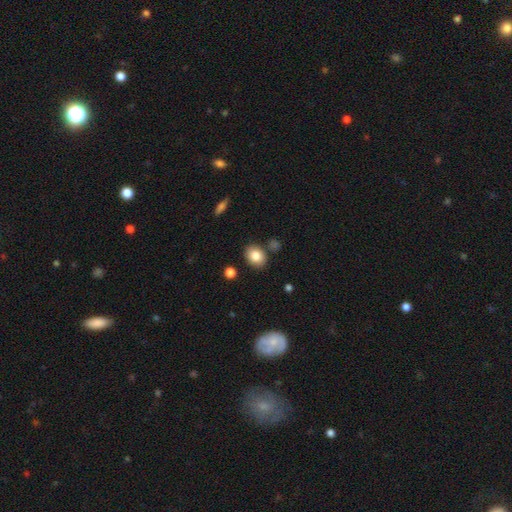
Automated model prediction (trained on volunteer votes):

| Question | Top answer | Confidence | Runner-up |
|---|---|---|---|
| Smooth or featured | smooth | 83% | star or artifact (9%) |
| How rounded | in between | 56% | round (43%) |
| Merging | none | 82% | minor disturbance (10%) |